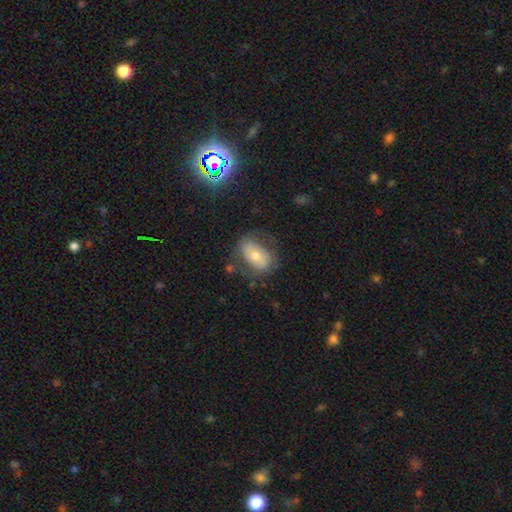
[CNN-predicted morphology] Overall: smooth (50%; featured or disk 37%). How rounded: in between (86%). Merging: none (66%).